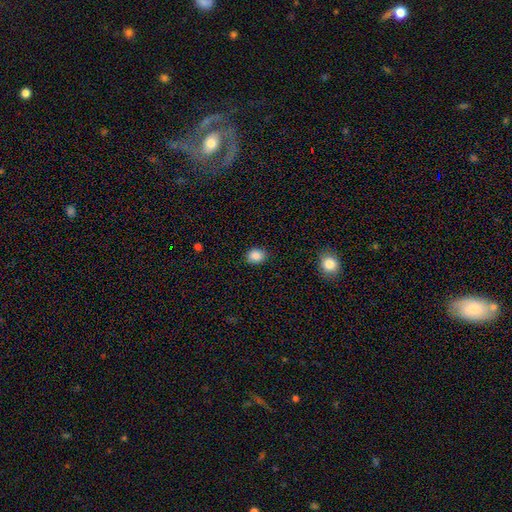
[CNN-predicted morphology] smooth_or_featured: smooth (p=0.87) [alt: star or artifact p=0.10]
how_rounded: round (p=0.59) [alt: in between p=0.40]
merging: none (p=0.86) [alt: minor disturbance p=0.10]